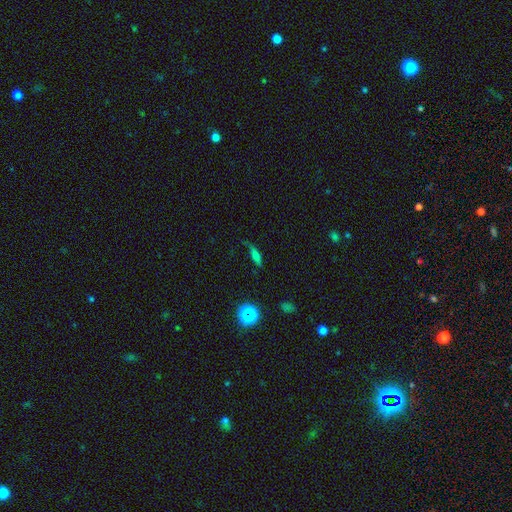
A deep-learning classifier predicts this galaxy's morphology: A smooth galaxy with no disk features (52%) that is cigar-shaped (54%).

Vote fractions:
- Smooth or featured? smooth: 52% / featured or disk: 30% / star or artifact: 18%
- How rounded? cigar-shaped: 54% / in between: 37% / round: 8%
- Merging? none: 57% / minor disturbance: 25% / major disturbance: 14% / merger: 4%